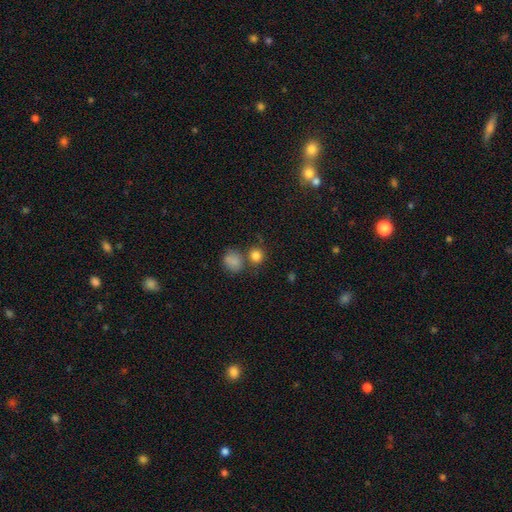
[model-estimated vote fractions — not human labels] smooth 82%, star or artifact 12%, featured or disk 6%. Down the decision tree: how rounded — round (87%); merging — none (66%).